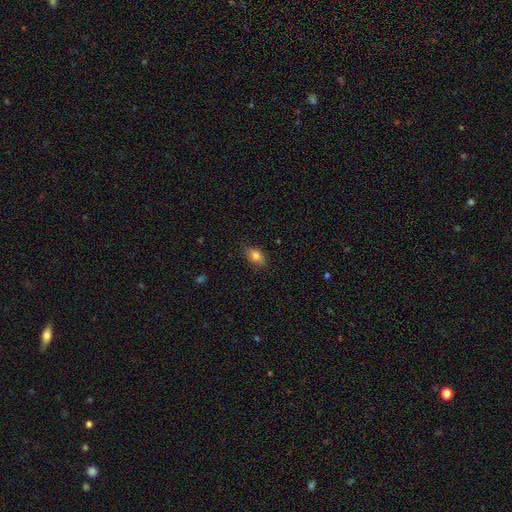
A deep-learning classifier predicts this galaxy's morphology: Q: Smooth or featured?
A: smooth (82%); runner-up: star or artifact (9%)
Q: How rounded?
A: in between (85%); runner-up: round (12%)
Q: Merging?
A: none (83%); runner-up: minor disturbance (14%)